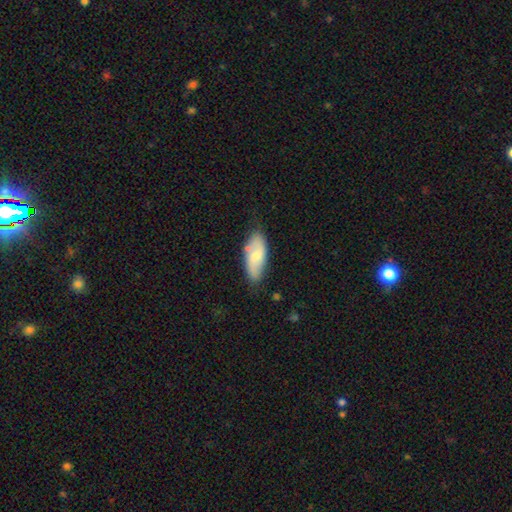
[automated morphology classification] Smooth or featured? smooth (56%)
How rounded? in between (85%)
Merging? none (72%)